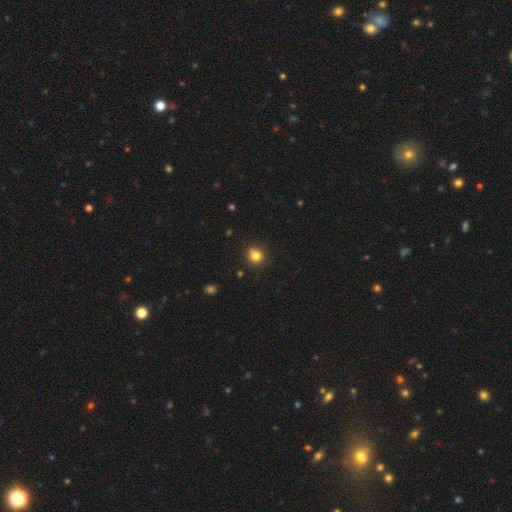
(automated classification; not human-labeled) Morphology: type=smooth (80%); roundness=round (85%); merging=none (79%).